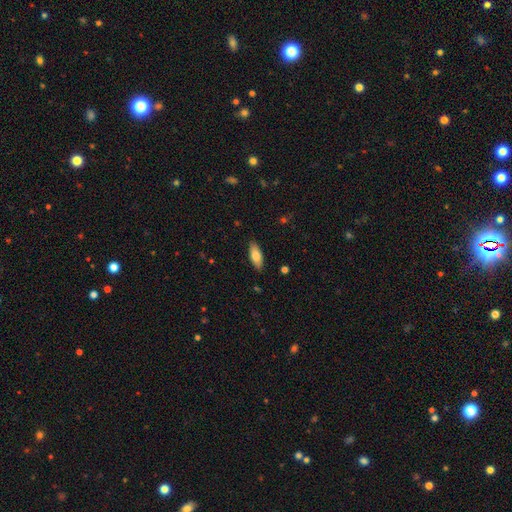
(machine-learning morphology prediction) This appears to be a smooth galaxy with no disk features (78%) that is in between round and cigar-shaped (77%). Merging: none (87%).